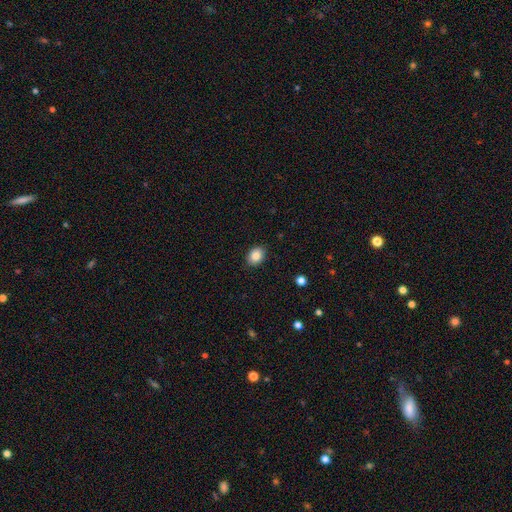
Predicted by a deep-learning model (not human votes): Smooth or featured? smooth (86%)
How rounded? in between (63%)
Merging? none (89%)